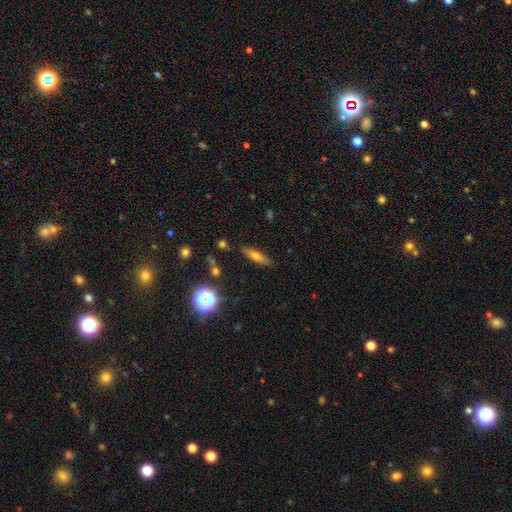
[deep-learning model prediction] Smooth or featured? Predicted: smooth (p=0.62). How rounded? Predicted: cigar-shaped (p=0.65). Merging? Predicted: none (p=0.82).